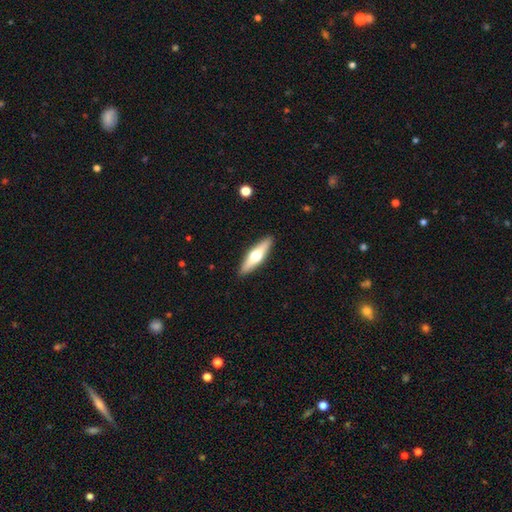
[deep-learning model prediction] smooth-or-featured: featured or disk: 52% | smooth: 43% | star or artifact: 5%
  disk-edge-on: yes: 92% | no: 8%
  merging: none: 91% | minor disturbance: 7% | major disturbance: 2% | merger: 1%